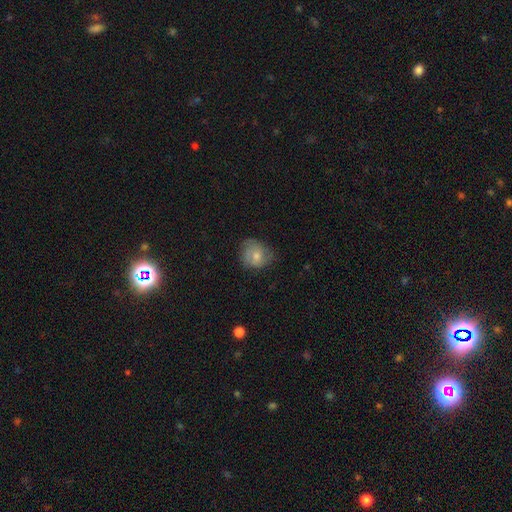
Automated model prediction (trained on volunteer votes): Smooth or featured? Predicted: smooth (p=0.66). How rounded? Predicted: round (p=0.66). Merging? Predicted: none (p=0.57).